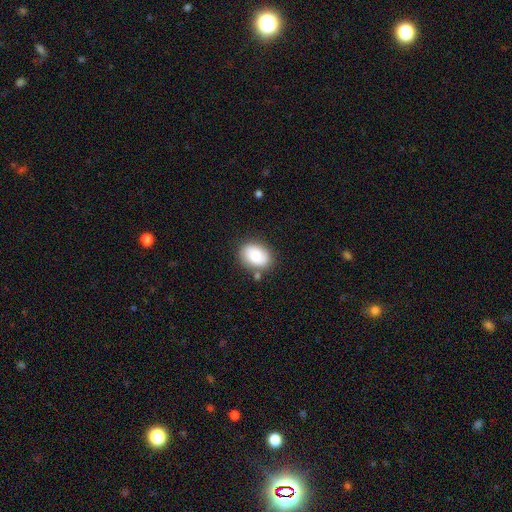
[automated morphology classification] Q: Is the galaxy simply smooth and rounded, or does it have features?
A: smooth — 75%.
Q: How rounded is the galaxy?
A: in between — 75%.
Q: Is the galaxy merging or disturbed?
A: none — 75%.